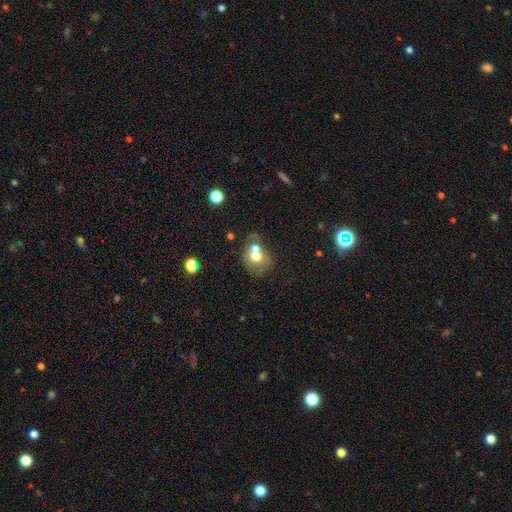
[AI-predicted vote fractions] Smooth or featured? Predicted: smooth (p=0.62). How rounded? Predicted: round (p=0.67). Merging? Predicted: merger (p=0.50).